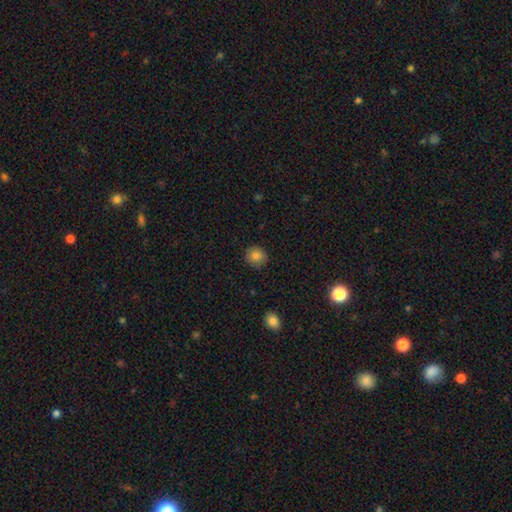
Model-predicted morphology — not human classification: smooth_or_featured: smooth (p=0.83) [alt: star or artifact p=0.10]
how_rounded: round (p=0.88) [alt: in between p=0.11]
merging: none (p=0.87) [alt: minor disturbance p=0.10]